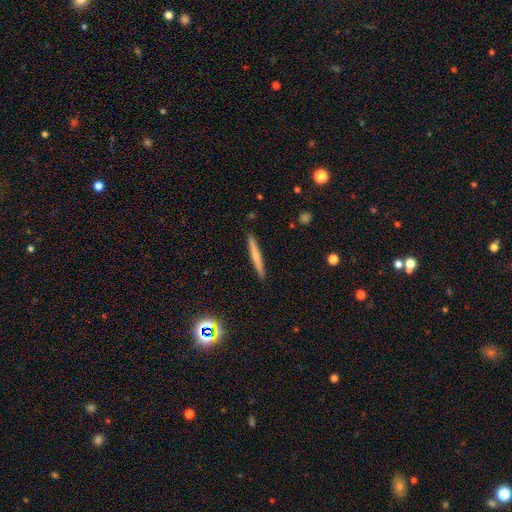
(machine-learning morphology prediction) This is possibly a smooth galaxy (55%). How rounded: clearly cigar-shaped (95%). Merging: clearly none (91%).